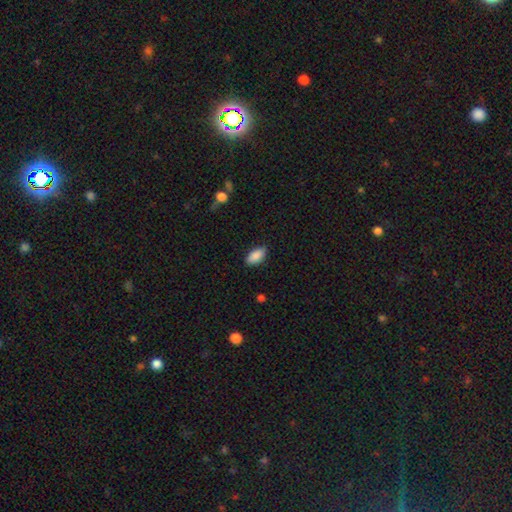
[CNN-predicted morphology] Q: Smooth or featured?
A: smooth (89%); runner-up: star or artifact (7%)
Q: How rounded?
A: in between (92%); runner-up: cigar-shaped (5%)
Q: Merging?
A: none (87%); runner-up: minor disturbance (10%)